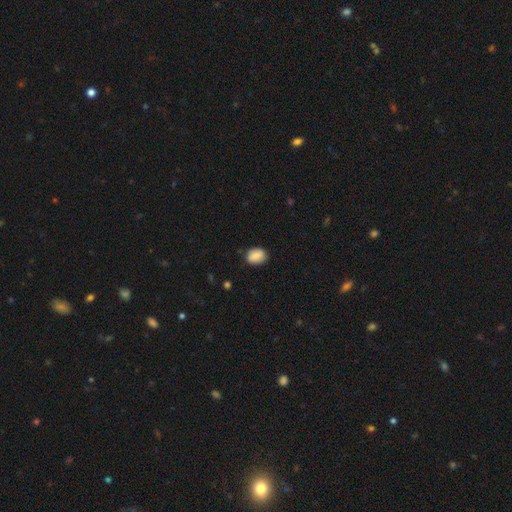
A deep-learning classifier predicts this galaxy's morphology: Q: Smooth or featured?
A: smooth (86%); runner-up: star or artifact (8%)
Q: How rounded?
A: in between (63%); runner-up: round (36%)
Q: Merging?
A: none (80%); runner-up: minor disturbance (16%)